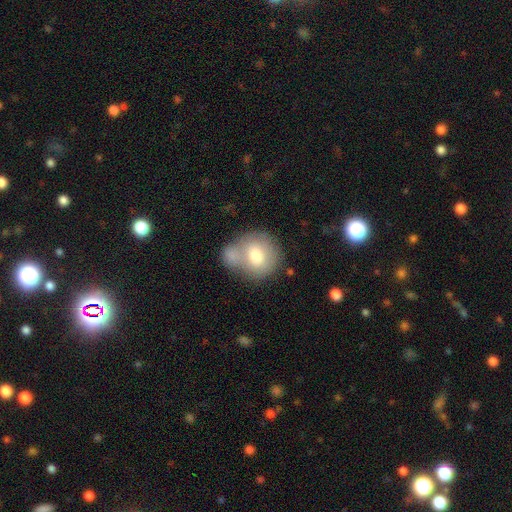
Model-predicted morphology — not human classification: Smooth or featured? smooth (69%)
How rounded? round (82%)
Merging? none (45%)